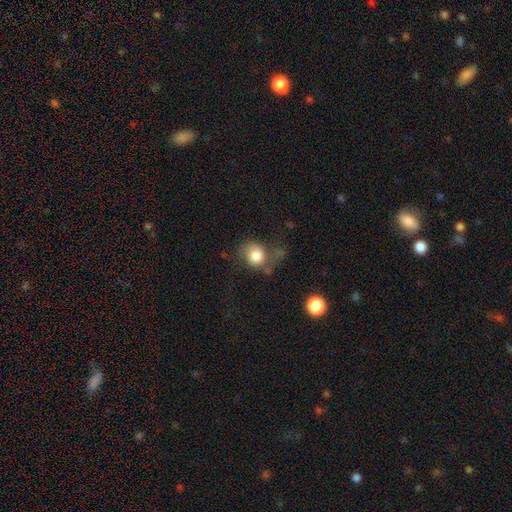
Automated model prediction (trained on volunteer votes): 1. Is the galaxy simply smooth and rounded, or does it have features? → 76% smooth, 15% featured or disk, 9% star or artifact.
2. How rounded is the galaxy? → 67% round, 32% in between, 1% cigar-shaped.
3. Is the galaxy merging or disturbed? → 41% none, 28% minor disturbance, 25% major disturbance, 6% merger.